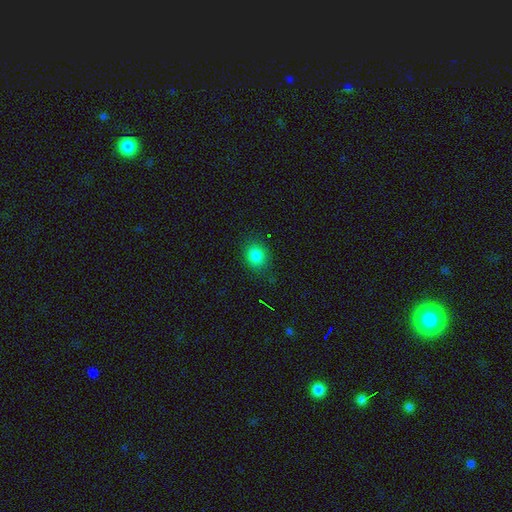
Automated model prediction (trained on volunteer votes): This appears to be a smooth galaxy with no disk features (83%) that is round (67%). Merging: none (85%).